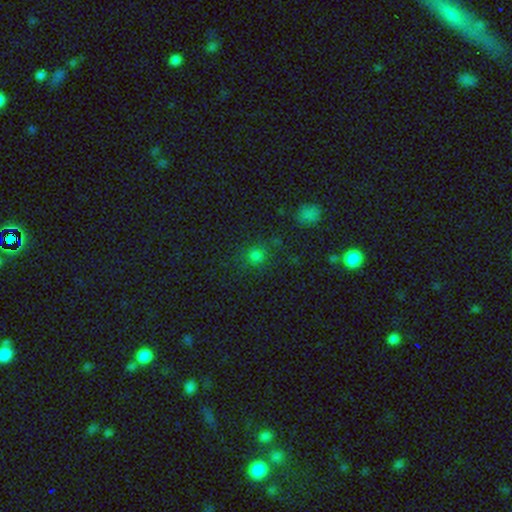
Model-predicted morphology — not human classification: Smooth or featured: smooth — 73% (star or artifact — 22%)
How rounded: round — 86% (in between — 13%)
Merging: none — 78% (minor disturbance — 12%)